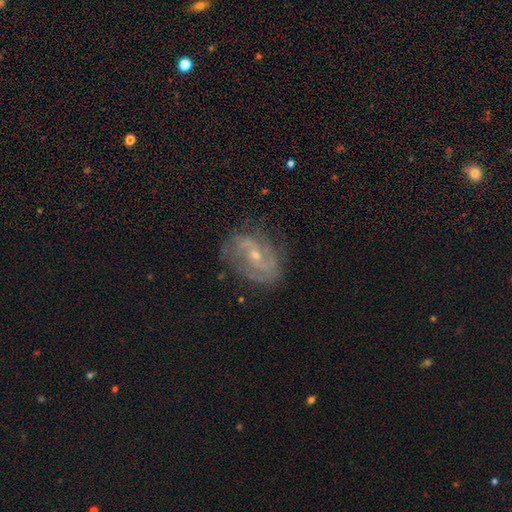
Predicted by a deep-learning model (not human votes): smooth_or_featured: featured or disk (p=0.80) [alt: smooth p=0.11]
disk_edge_on: no (p=0.97) [alt: yes p=0.03]
bar: weak (p=0.44) [alt: no p=0.43]
has_spiral_arms: yes (p=0.91) [alt: no p=0.09]
spiral_winding: medium (p=0.44) [alt: tight p=0.36]
spiral_arm_count: 2 (p=0.60) [alt: can't tell p=0.21]
bulge_size: small (p=0.62) [alt: moderate p=0.34]
merging: none (p=0.72) [alt: minor disturbance p=0.18]